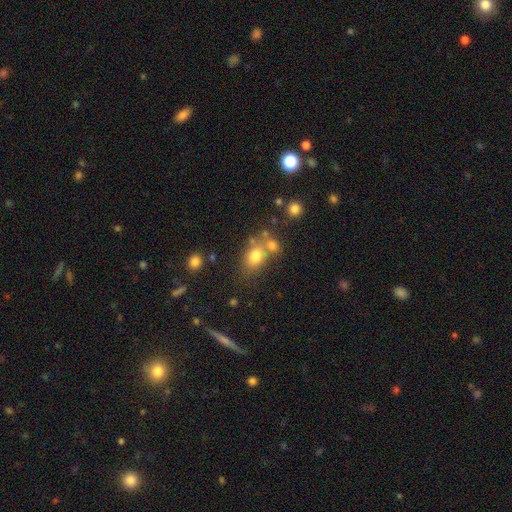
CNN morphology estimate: smooth_or_featured: smooth (p=0.75) [alt: star or artifact p=0.13]
how_rounded: in between (p=0.60) [alt: round p=0.39]
merging: none (p=0.52) [alt: merger p=0.29]